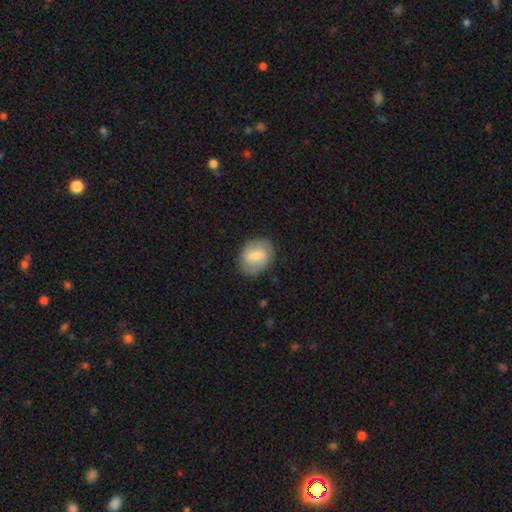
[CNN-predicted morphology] Smooth or featured? smooth (54%)
How rounded? in between (51%)
Merging? none (76%)